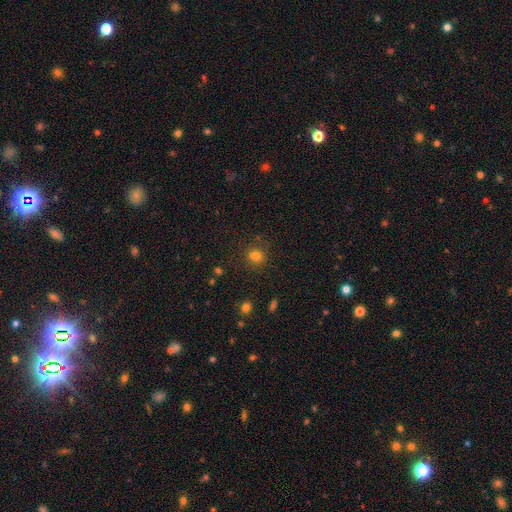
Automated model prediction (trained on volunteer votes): This is likely a smooth galaxy (69%). How rounded: clearly round (81%). Merging: possibly none (53%).